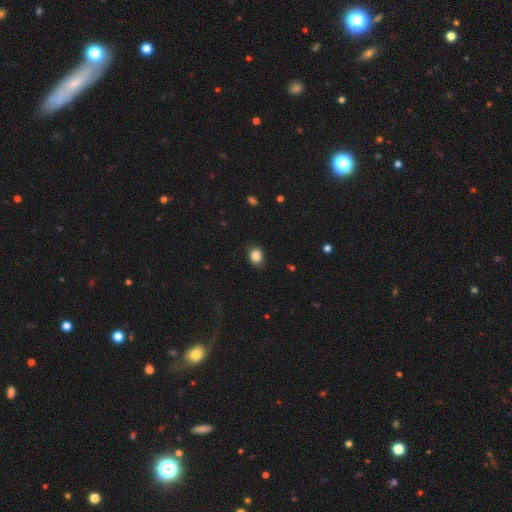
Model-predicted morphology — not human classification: Smooth or featured? Predicted: smooth (p=0.86). How rounded? Predicted: round (p=0.50). Merging? Predicted: none (p=0.82).